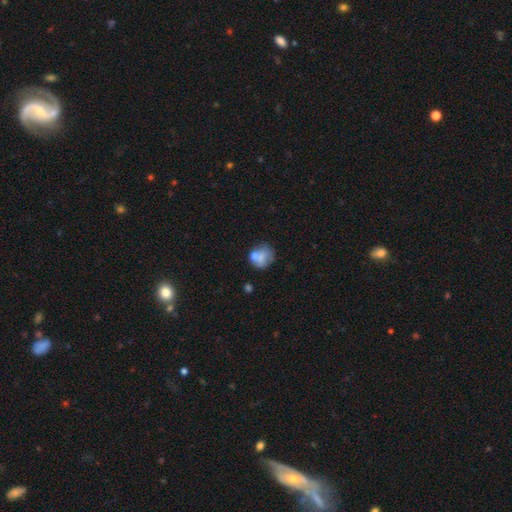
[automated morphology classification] A smooth galaxy with no disk features (64%) that is round (68%).

Vote fractions:
- Smooth or featured? smooth: 64% / featured or disk: 26% / star or artifact: 10%
- How rounded? round: 68% / in between: 31% / cigar-shaped: 1%
- Merging? none: 44% / merger: 22% / minor disturbance: 22% / major disturbance: 12%